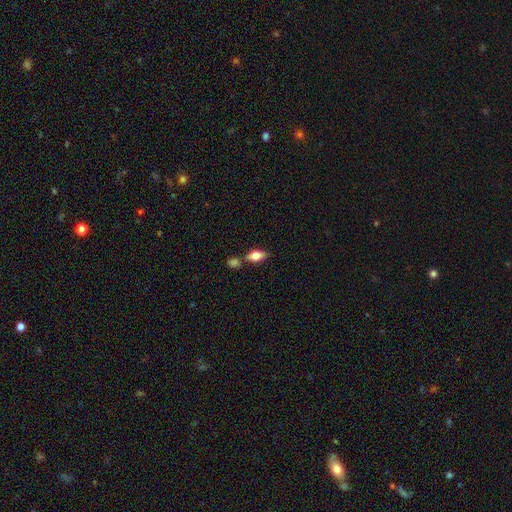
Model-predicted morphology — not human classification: This is likely a smooth galaxy (74%). How rounded: clearly in between (85%). Merging: likely none (67%).